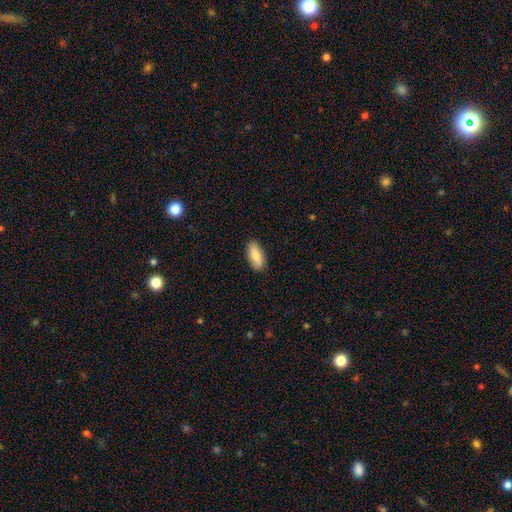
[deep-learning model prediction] Smooth or featured?
  - smooth: 84% *
  - featured or disk: 10%
  - star or artifact: 6%
How rounded?
  - in between: 81% *
  - cigar-shaped: 17%
  - round: 2%
Merging?
  - none: 88% *
  - minor disturbance: 9%
  - major disturbance: 2%
  - merger: 1%